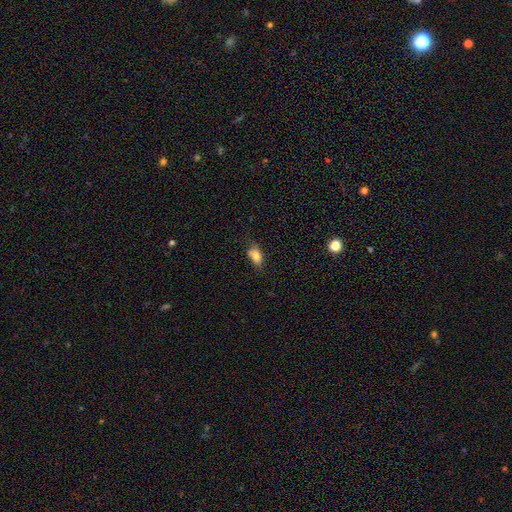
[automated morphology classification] Q: Smooth or featured?
A: smooth (80%); runner-up: featured or disk (10%)
Q: How rounded?
A: in between (86%); runner-up: round (10%)
Q: Merging?
A: none (59%); runner-up: minor disturbance (26%)